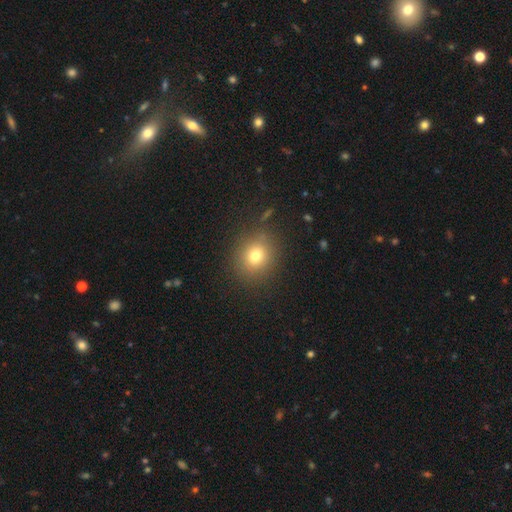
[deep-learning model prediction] Overall: smooth (75%). How rounded: round (81%). Merging: none (85%).